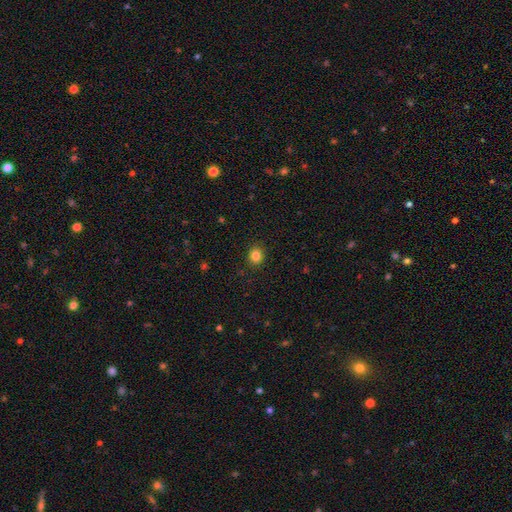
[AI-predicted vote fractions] smooth 84%, star or artifact 12%, featured or disk 4%. Down the decision tree: how rounded — round (82%); merging — none (91%).